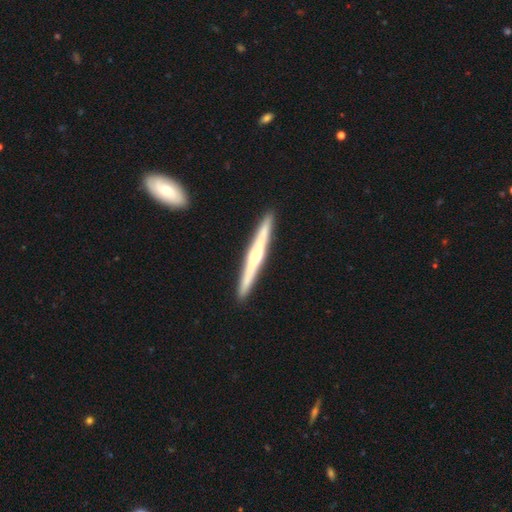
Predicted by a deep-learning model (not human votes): smooth-or-featured: featured or disk: 70% | smooth: 24% | star or artifact: 6%
  disk-edge-on: yes: 97% | no: 3%
    edge-on-bulge: rounded: 71% | none: 21% | boxy: 8%
  merging: none: 90% | minor disturbance: 6% | merger: 2% | major disturbance: 1%